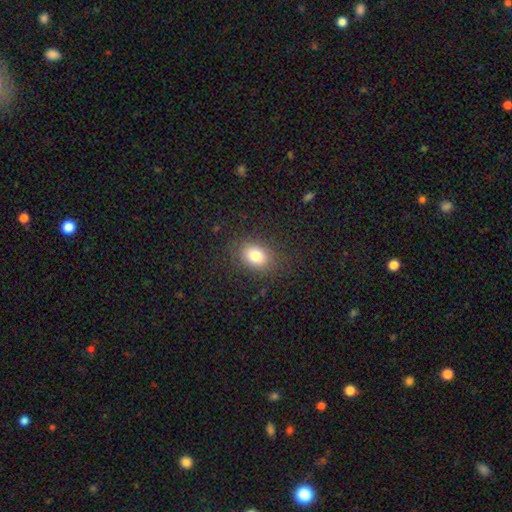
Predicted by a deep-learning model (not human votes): Overall: smooth (81%). How rounded: in between (66%; round 32%). Merging: none (84%).